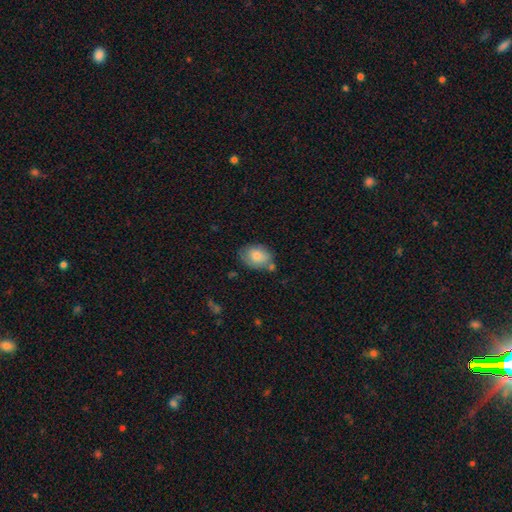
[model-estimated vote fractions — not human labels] smooth 78%, featured or disk 14%, star or artifact 8%. Down the decision tree: how rounded — in between (81%); merging — none (64%).